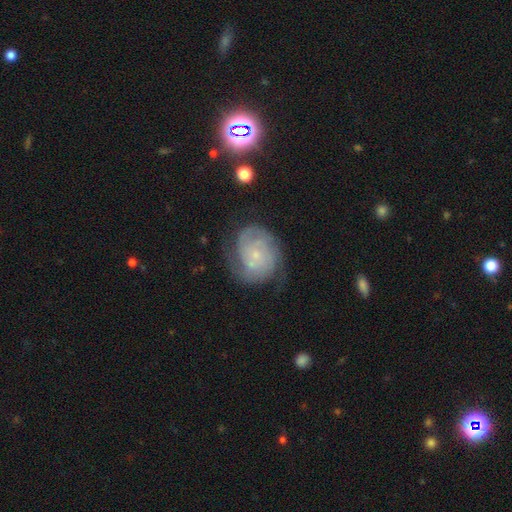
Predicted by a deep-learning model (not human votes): smooth_or_featured: featured or disk (p=0.79) [alt: smooth p=0.14]
disk_edge_on: no (p=0.98) [alt: yes p=0.02]
bar: no (p=0.77) [alt: weak p=0.20]
has_spiral_arms: yes (p=0.93) [alt: no p=0.07]
spiral_winding: tight (p=0.61) [alt: medium p=0.30]
spiral_arm_count: 2 (p=0.35) [alt: can't tell p=0.27]
bulge_size: small (p=0.80) [alt: moderate p=0.12]
merging: none (p=0.67) [alt: minor disturbance p=0.19]